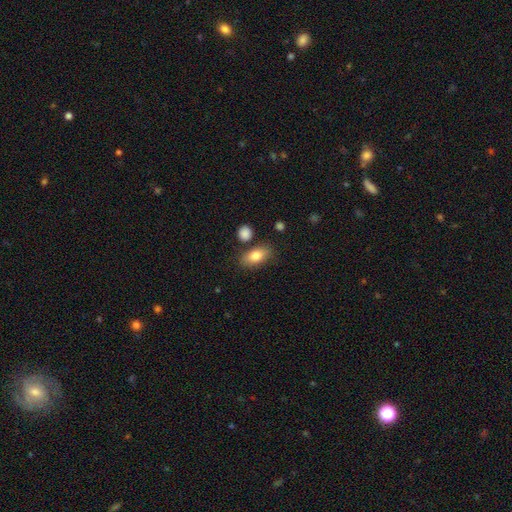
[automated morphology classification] The model was most divided on "merging": none: 78%, minor disturbance: 12%, merger: 7%, major disturbance: 3%. More confident: how rounded — in between (86%); smooth or featured — smooth (80%).